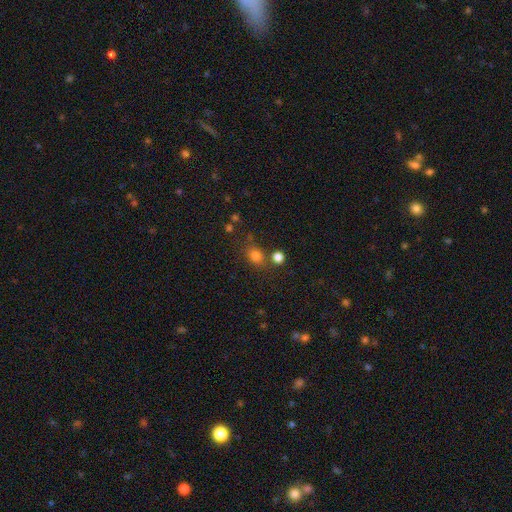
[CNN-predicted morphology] smooth 78%, star or artifact 16%, featured or disk 6%. Down the decision tree: how rounded — round (59%); merging — none (68%).